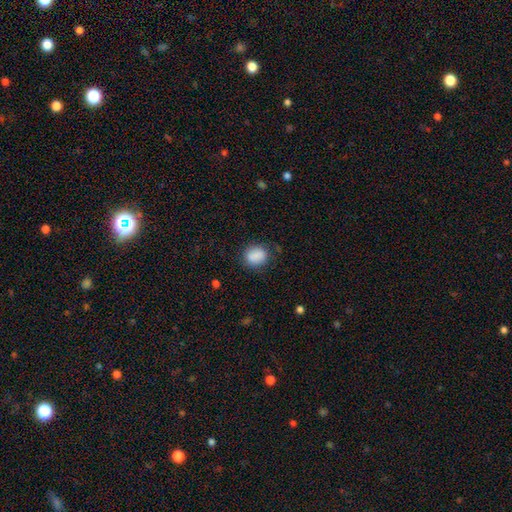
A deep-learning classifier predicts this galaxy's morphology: A smooth galaxy with no disk features (87%) that is round (55%).

Vote fractions:
- Smooth or featured? smooth: 87% / star or artifact: 8% / featured or disk: 5%
- How rounded? round: 55% / in between: 44% / cigar-shaped: 1%
- Merging? none: 77% / minor disturbance: 16% / major disturbance: 5% / merger: 2%